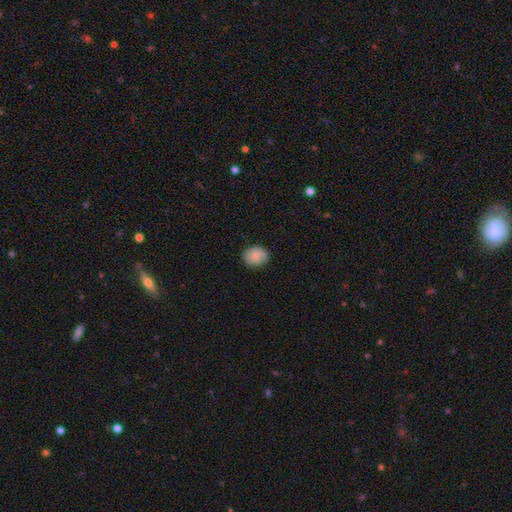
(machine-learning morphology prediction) Smooth or featured? smooth (82%)
How rounded? round (67%)
Merging? none (79%)